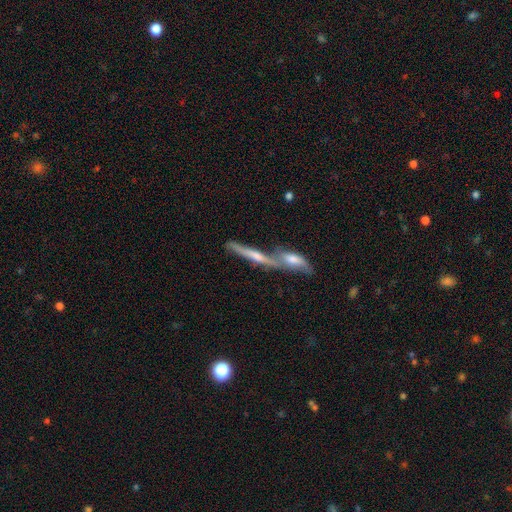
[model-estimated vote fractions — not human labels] This appears to be a featured or disk galaxy (62%) viewed edge-on (82%) with a rounded central bulge (65%). Merging: merger (56%).